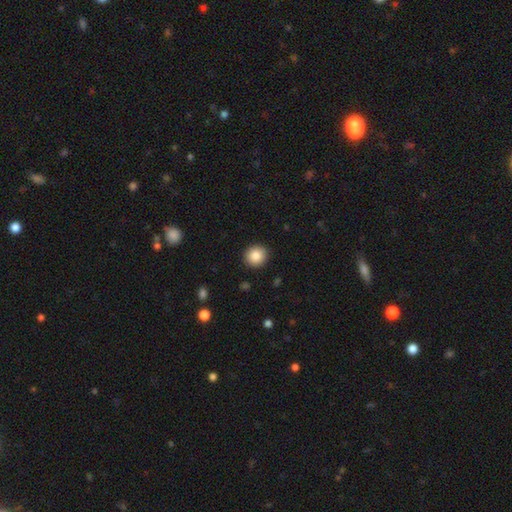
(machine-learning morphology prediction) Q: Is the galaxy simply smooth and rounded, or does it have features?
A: smooth — 86%.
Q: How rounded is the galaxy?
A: round — 89%.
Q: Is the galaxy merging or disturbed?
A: none — 91%.